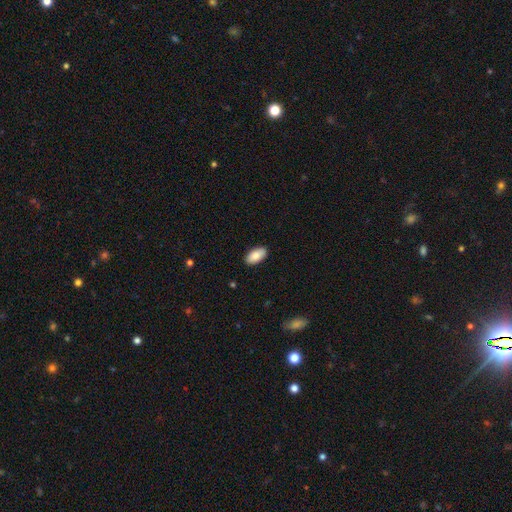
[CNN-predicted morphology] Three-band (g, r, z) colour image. It shows a smooth galaxy with no disk features (83%) that is in between round and cigar-shaped (95%). Merging: none (89%).